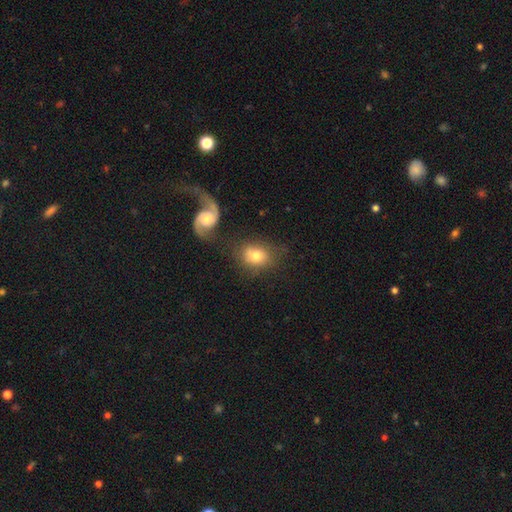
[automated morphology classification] Overall: smooth (69%). How rounded: in between (55%; round 44%). Merging: none (58%).